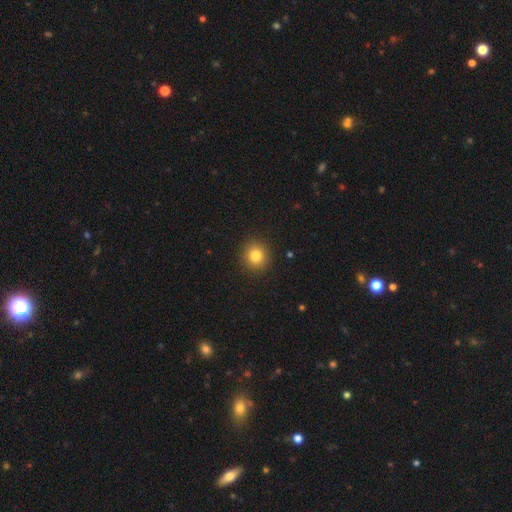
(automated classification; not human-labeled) Smooth or featured? smooth (82%)
How rounded? round (88%)
Merging? none (91%)